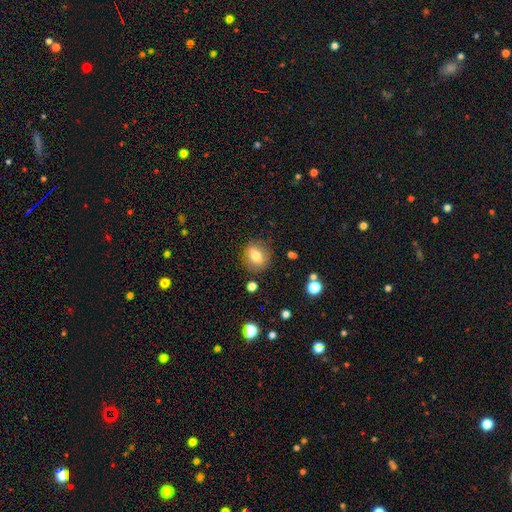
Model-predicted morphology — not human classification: Overall: smooth (72%). How rounded: round (53%; in between 45%). Merging: none (77%).